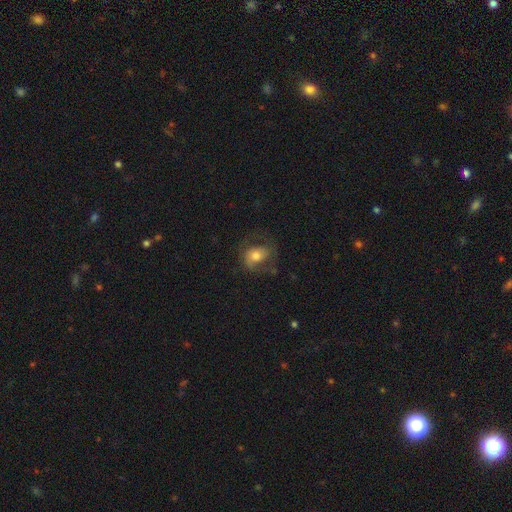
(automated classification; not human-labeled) A smooth galaxy with no disk features (57%) that is in between round and cigar-shaped (54%).

Vote fractions:
- Smooth or featured? smooth: 57% / featured or disk: 34% / star or artifact: 9%
- How rounded? in between: 54% / round: 45% / cigar-shaped: 1%
- Merging? none: 51% / major disturbance: 24% / minor disturbance: 23% / merger: 2%